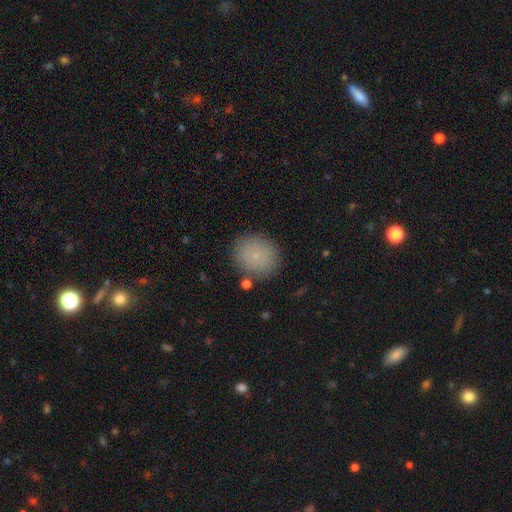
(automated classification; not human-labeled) smooth-or-featured: smooth: 82% | star or artifact: 10% | featured or disk: 9%
  how-rounded: round: 81% | in between: 18% | cigar-shaped: 1%
  merging: none: 86% | minor disturbance: 9% | major disturbance: 3% | merger: 2%